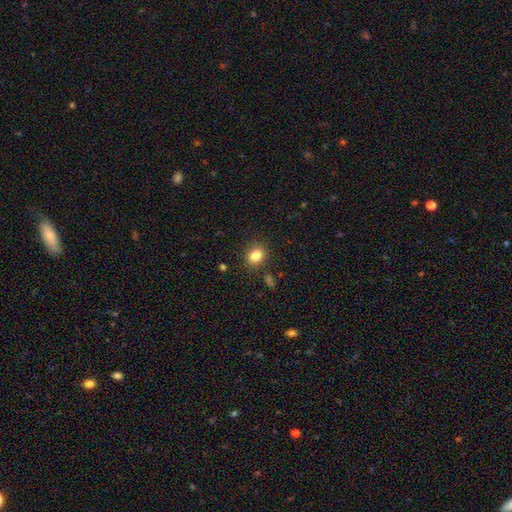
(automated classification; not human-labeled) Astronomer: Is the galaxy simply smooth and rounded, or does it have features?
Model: smooth — 82%.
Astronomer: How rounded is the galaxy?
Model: round — 61% (runner-up: in between, 38%).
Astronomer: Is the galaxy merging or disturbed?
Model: none — 87%.